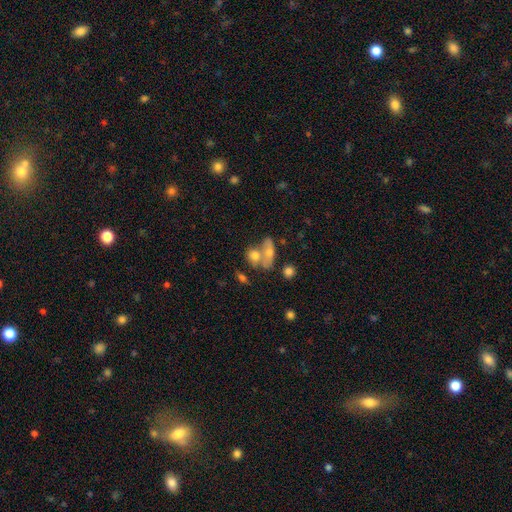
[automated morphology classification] Smooth or featured? Predicted: smooth (p=0.60). How rounded? Predicted: in between (p=0.59). Merging? Predicted: merger (p=0.53).